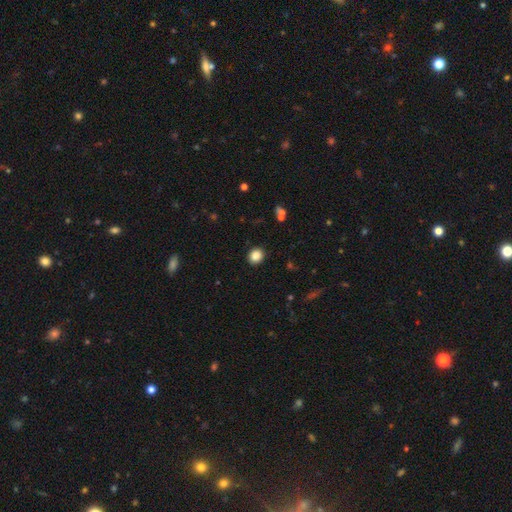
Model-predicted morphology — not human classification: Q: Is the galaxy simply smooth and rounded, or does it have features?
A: smooth — 87%.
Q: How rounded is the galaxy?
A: round — 78%.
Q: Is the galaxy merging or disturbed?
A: none — 91%.